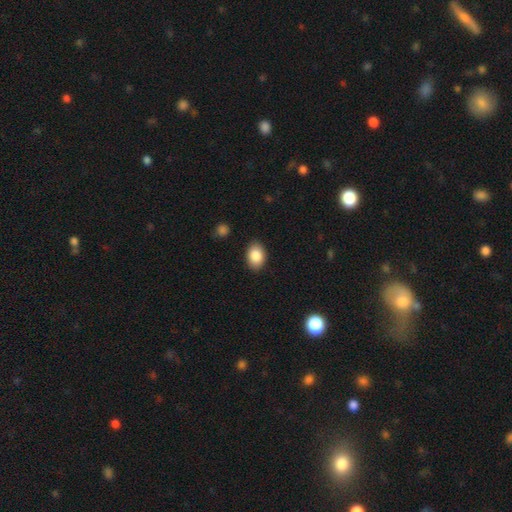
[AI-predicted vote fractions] The model was most divided on "how rounded": in between: 81%, round: 18%, cigar-shaped: 1%. More confident: merging — none (87%); smooth or featured — smooth (86%).